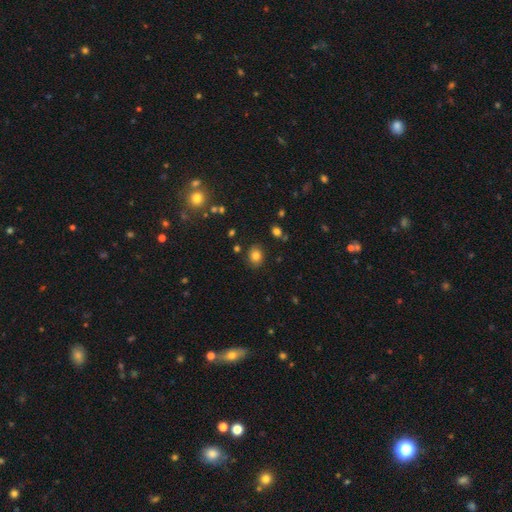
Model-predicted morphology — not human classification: A smooth galaxy with no disk features (79%) that is round (56%).

Vote fractions:
- Smooth or featured? smooth: 79% / star or artifact: 13% / featured or disk: 8%
- How rounded? round: 56% / in between: 43% / cigar-shaped: 1%
- Merging? none: 84% / minor disturbance: 11% / major disturbance: 3% / merger: 2%